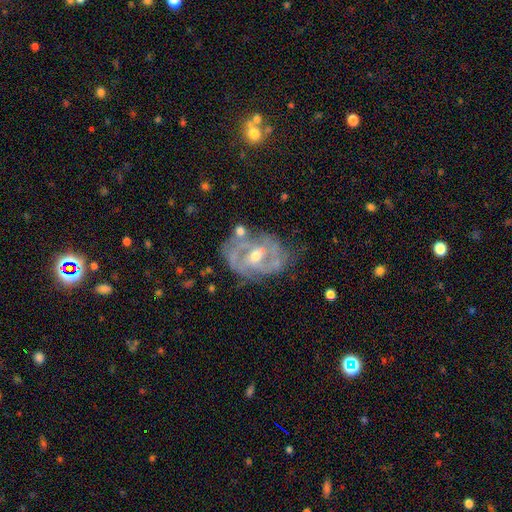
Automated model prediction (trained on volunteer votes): A featured or disk galaxy (83%) with a weak bar (46%), 2 (47%) tight (48%) spiral arms (85%) and a moderate central bulge (62%).

Vote fractions:
- Smooth or featured? featured or disk: 83% / smooth: 10% / star or artifact: 8%
- Edge-on disk? no: 96% / yes: 4%
- Bar? weak: 46% / no: 36% / strong: 19%
- Spiral arms? yes: 85% / no: 15%
- Spiral winding? tight: 48% / medium: 40% / loose: 12%
- Spiral arm count? 2: 47% / can't tell: 27% / 3: 15% / 1: 4% / 4: 4% / more than 4: 3%
- Bulge size? moderate: 62% / small: 33% / large: 3% / none: 1% / dominant: 1%
- Merging? none: 63% / minor disturbance: 22% / major disturbance: 10% / merger: 6%